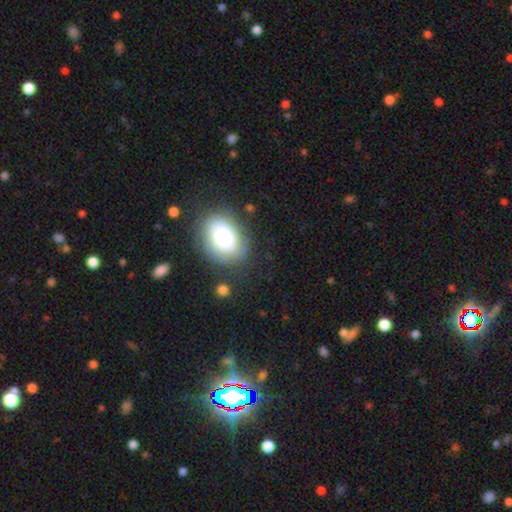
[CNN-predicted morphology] A smooth galaxy with no disk features (68%) that is in between round and cigar-shaped (74%).

Vote fractions:
- Smooth or featured? smooth: 68% / star or artifact: 21% / featured or disk: 10%
- How rounded? in between: 74% / round: 25% / cigar-shaped: 1%
- Merging? none: 83% / minor disturbance: 11% / major disturbance: 4% / merger: 2%